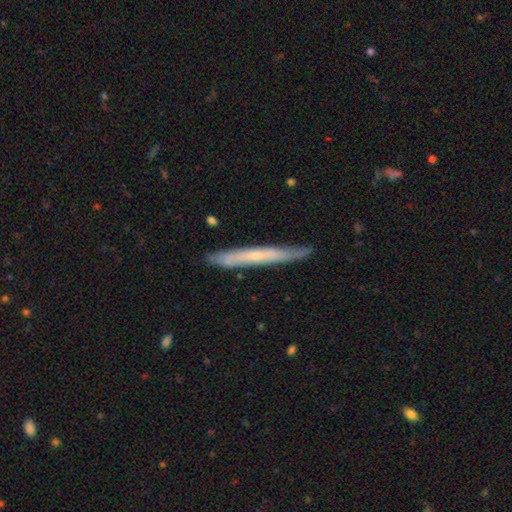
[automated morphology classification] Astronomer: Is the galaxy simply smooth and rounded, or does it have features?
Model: featured or disk — 51% (runner-up: smooth, 43%).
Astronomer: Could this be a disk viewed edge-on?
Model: yes — 89%.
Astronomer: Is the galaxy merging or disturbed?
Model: none — 83%.